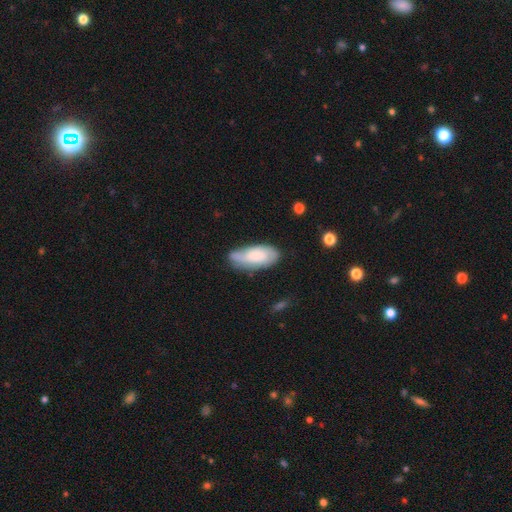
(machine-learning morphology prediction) This is likely a smooth galaxy (61%). How rounded: clearly in between (87%). Merging: likely none (61%).